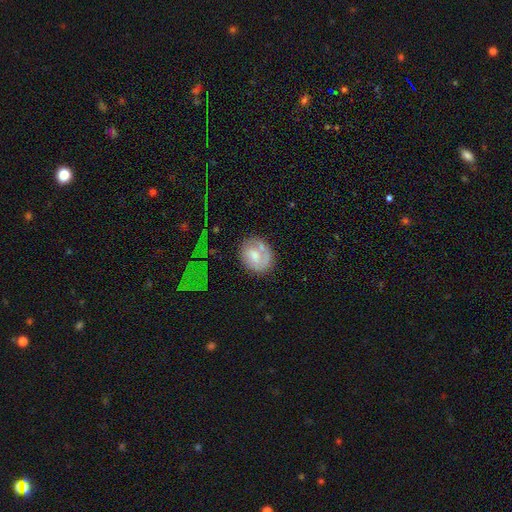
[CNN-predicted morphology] Overall: smooth (53%; featured or disk 39%). How rounded: round (56%; in between 43%). Merging: none (59%; minor disturbance 22%).